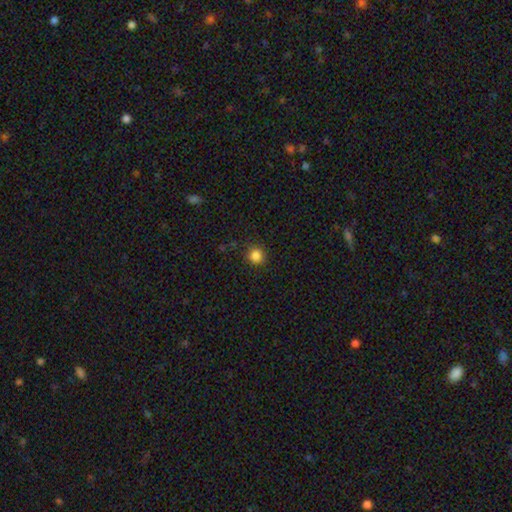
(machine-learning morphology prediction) Q: Smooth or featured?
A: smooth (85%); runner-up: star or artifact (12%)
Q: How rounded?
A: round (91%); runner-up: in between (8%)
Q: Merging?
A: none (88%); runner-up: minor disturbance (8%)